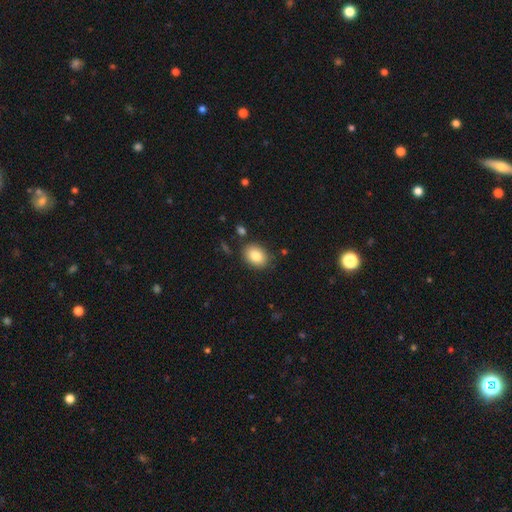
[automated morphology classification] Smooth or featured: smooth — 83% (featured or disk — 9%)
How rounded: in between — 66% (round — 33%)
Merging: none — 84% (minor disturbance — 10%)